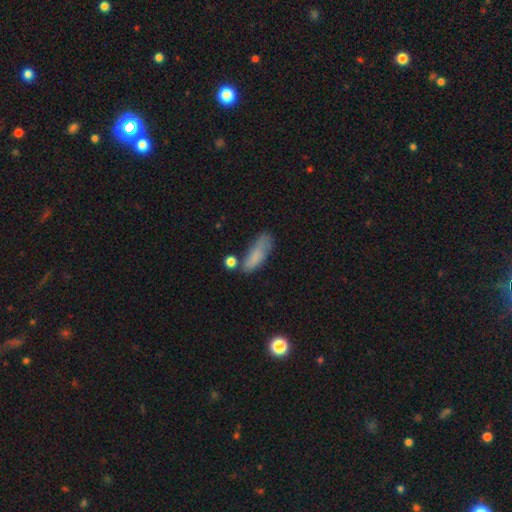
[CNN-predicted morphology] The model was most divided on "merging": none: 48%, minor disturbance: 29%, major disturbance: 13%, merger: 10%. More confident: smooth or featured — smooth (77%); how rounded — in between (61%).